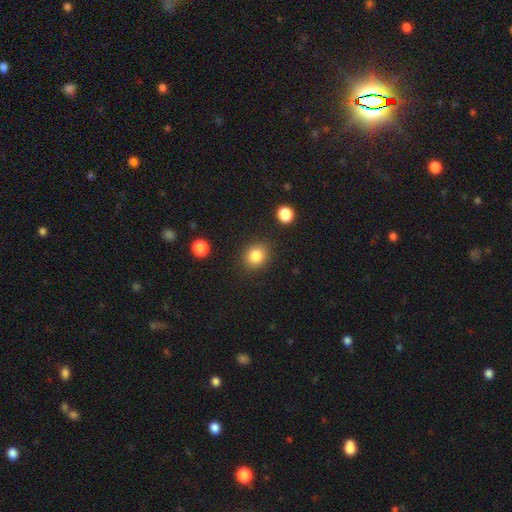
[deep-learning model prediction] A smooth galaxy with no disk features (84%) that is round (73%). Merging: none (87%).